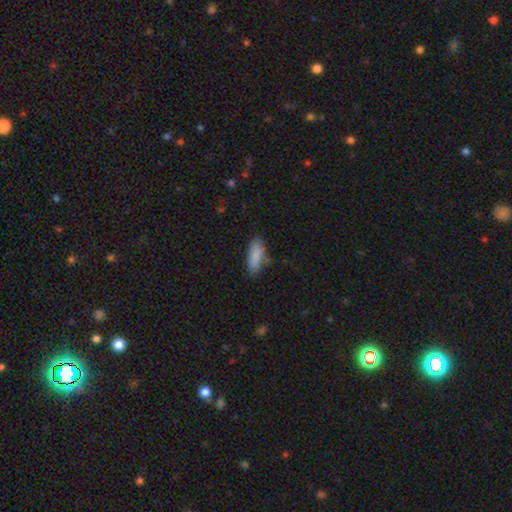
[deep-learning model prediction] smooth-or-featured: smooth: 85% | featured or disk: 8% | star or artifact: 7%
  how-rounded: in between: 60% | cigar-shaped: 38% | round: 2%
  merging: none: 70% | minor disturbance: 22% | major disturbance: 5% | merger: 3%